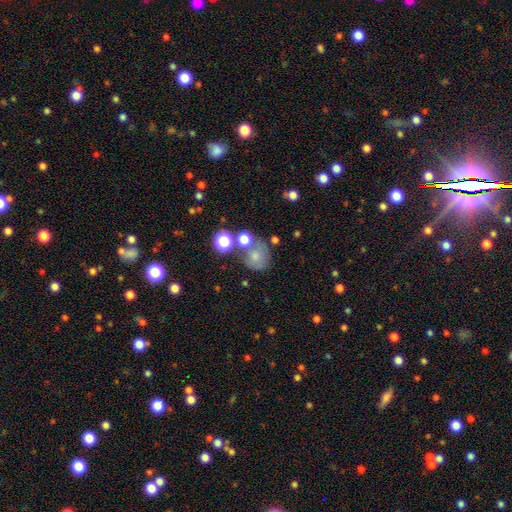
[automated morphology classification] Q: Smooth or featured?
A: smooth (68%); runner-up: featured or disk (17%)
Q: How rounded?
A: round (80%); runner-up: in between (19%)
Q: Merging?
A: none (49%); runner-up: merger (24%)